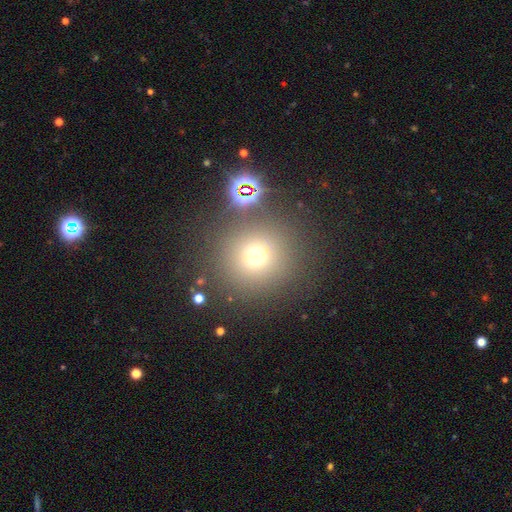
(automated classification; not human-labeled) Overall: smooth (67%). How rounded: round (94%). Merging: none (80%).